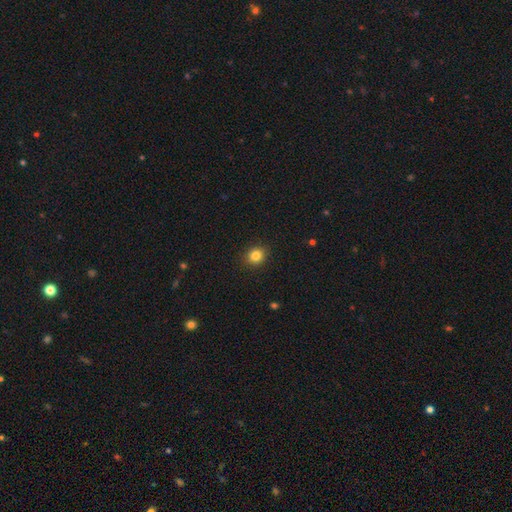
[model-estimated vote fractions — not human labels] The model was most divided on "how rounded": round: 73%, in between: 26%, cigar-shaped: 1%. More confident: merging — none (90%); smooth or featured — smooth (83%).